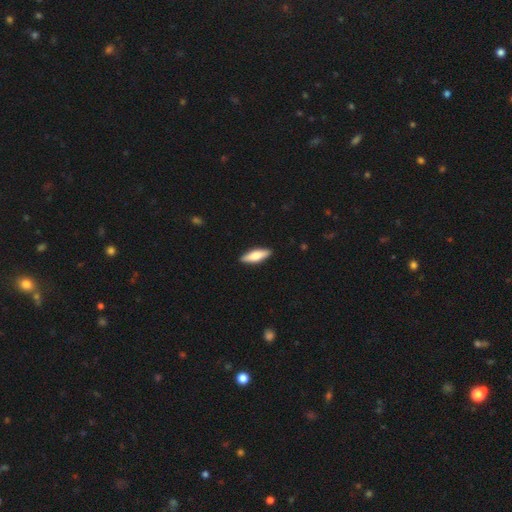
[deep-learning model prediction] Morphology: type=smooth (65%); roundness=in between (49%, tied with cigar-shaped); merging=none (90%).